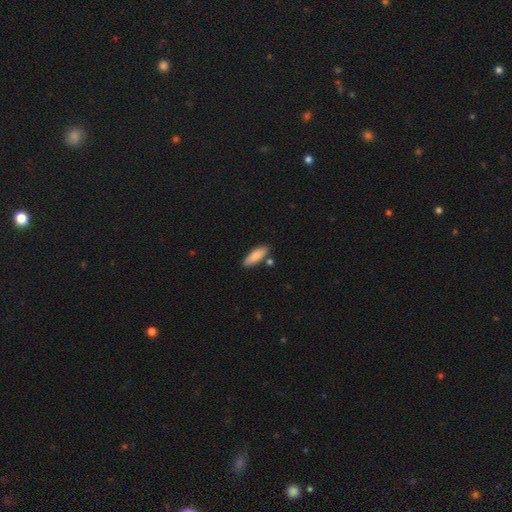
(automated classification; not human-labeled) Smooth or featured? smooth (85%)
How rounded? in between (60%)
Merging? none (81%)